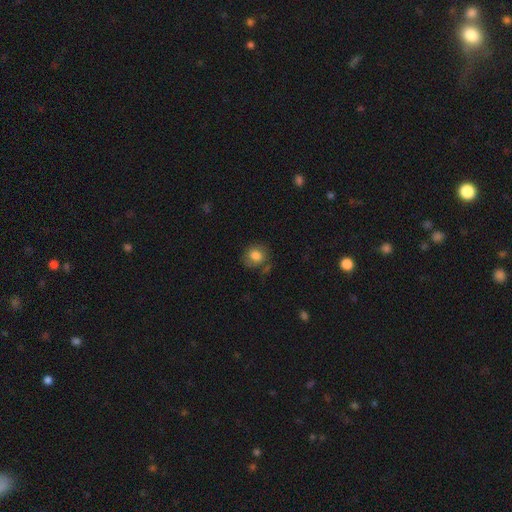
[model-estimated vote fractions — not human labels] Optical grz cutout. It shows a smooth galaxy with no disk features (79%) that is round (63%). Merging: none (63%).